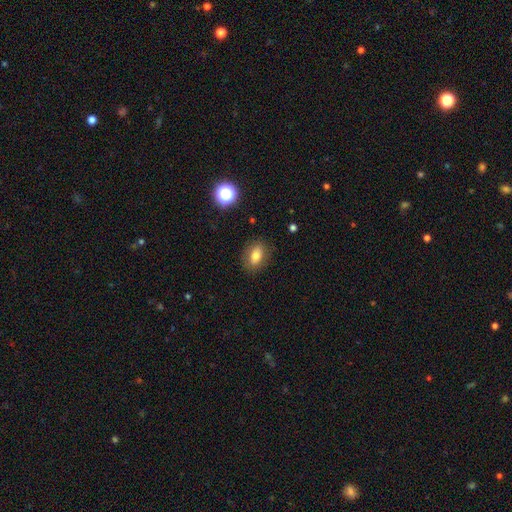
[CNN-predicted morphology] The model was most divided on "smooth or featured": smooth: 74%, featured or disk: 15%, star or artifact: 11%. More confident: merging — none (84%); how rounded — in between (81%).